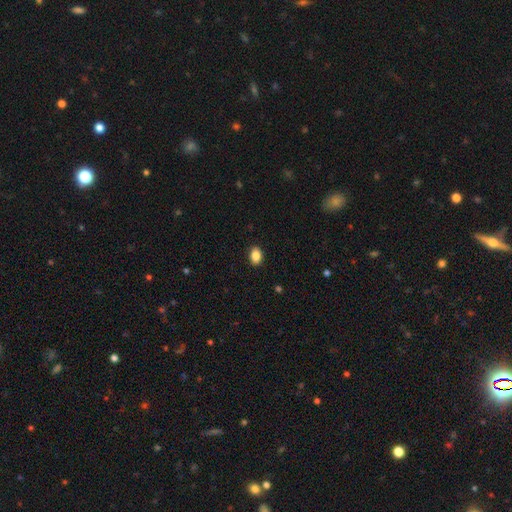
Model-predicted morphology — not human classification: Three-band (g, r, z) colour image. It shows a smooth galaxy with no disk features (88%) that is in between round and cigar-shaped (78%). Merging: none (90%).